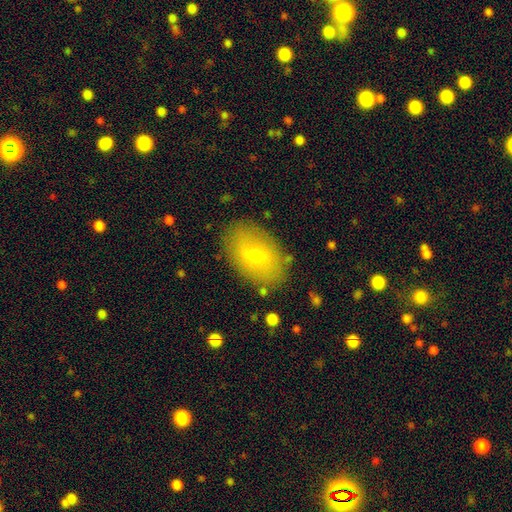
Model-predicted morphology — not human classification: The model was most divided on "smooth or featured": smooth: 60%, featured or disk: 30%, star or artifact: 9%. More confident: how rounded — in between (85%); merging — none (83%).